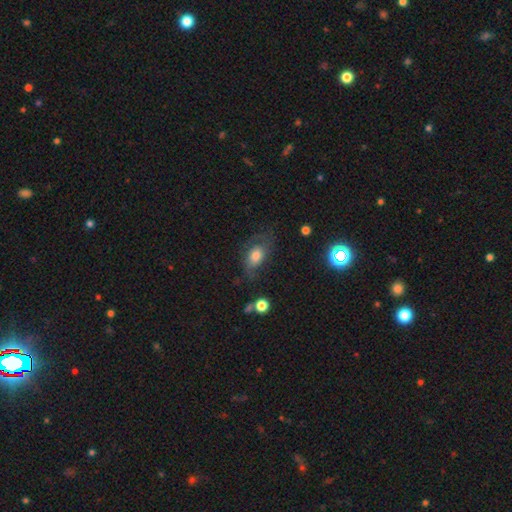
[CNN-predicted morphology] Q: Smooth or featured?
A: smooth (54%); runner-up: featured or disk (36%)
Q: How rounded?
A: in between (83%); runner-up: round (14%)
Q: Merging?
A: none (46%); runner-up: minor disturbance (26%)